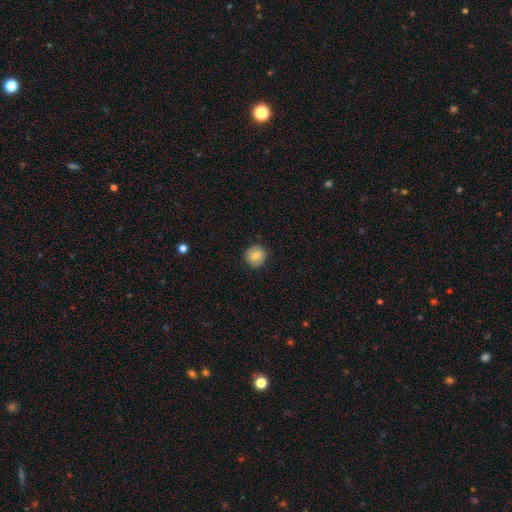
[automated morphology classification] Smooth or featured: smooth — 79% (featured or disk — 13%)
How rounded: round — 92% (in between — 7%)
Merging: none — 87% (minor disturbance — 10%)